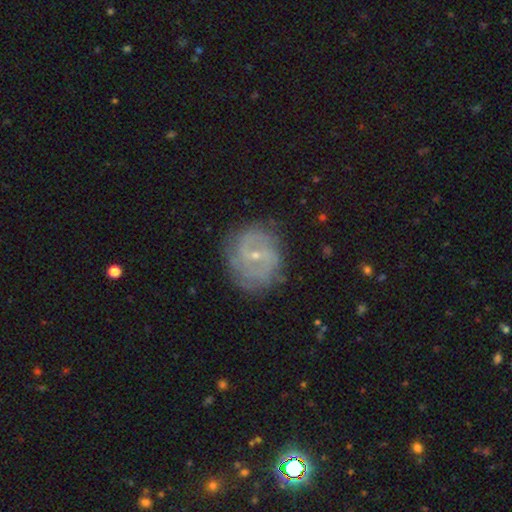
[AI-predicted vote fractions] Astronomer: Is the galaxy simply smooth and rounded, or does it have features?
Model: featured or disk — 74%.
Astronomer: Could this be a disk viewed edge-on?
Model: no — 97%.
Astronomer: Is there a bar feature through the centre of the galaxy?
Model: weak — 47% (runner-up: no, 42%).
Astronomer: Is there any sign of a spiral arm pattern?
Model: yes — 86%.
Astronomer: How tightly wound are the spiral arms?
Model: medium — 42% (runner-up: tight, 39%).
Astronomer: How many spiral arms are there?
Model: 2 — 49% (runner-up: can't tell, 29%).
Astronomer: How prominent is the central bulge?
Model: small — 76%.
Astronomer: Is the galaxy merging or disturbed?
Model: none — 75%.